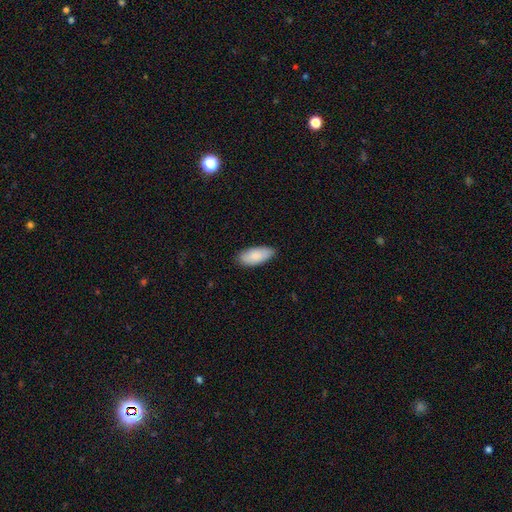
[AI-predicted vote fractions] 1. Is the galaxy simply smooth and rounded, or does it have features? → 88% smooth, 6% featured or disk, 5% star or artifact.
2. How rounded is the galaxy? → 89% in between, 10% cigar-shaped, 2% round.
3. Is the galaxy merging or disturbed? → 84% none, 13% minor disturbance, 2% major disturbance, 1% merger.